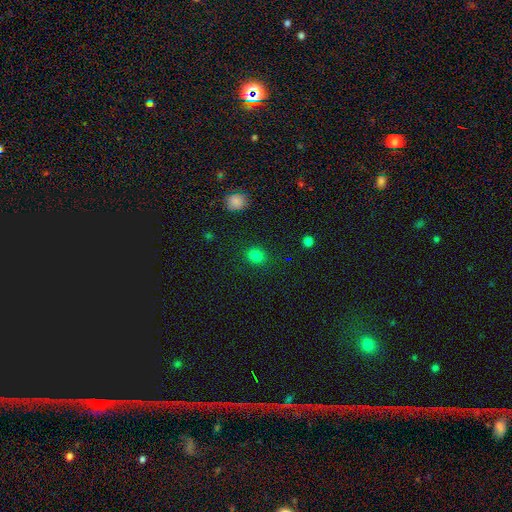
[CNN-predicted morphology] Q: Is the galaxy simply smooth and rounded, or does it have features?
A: smooth — 82%.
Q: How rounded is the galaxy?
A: round — 69%.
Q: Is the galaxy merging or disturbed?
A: none — 88%.